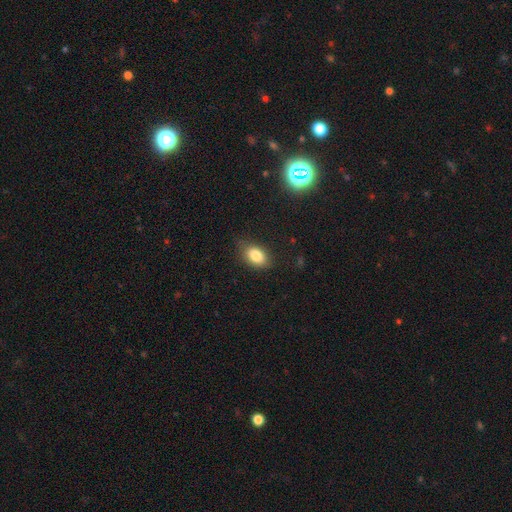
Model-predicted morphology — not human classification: Smooth or featured? Predicted: smooth (p=0.83). How rounded? Predicted: in between (p=0.85). Merging? Predicted: none (p=0.76).